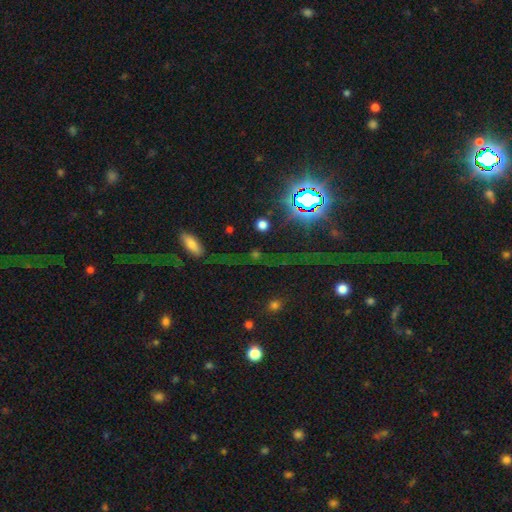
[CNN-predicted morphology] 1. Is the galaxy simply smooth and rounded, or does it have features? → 52% star or artifact, 28% smooth, 20% featured or disk.